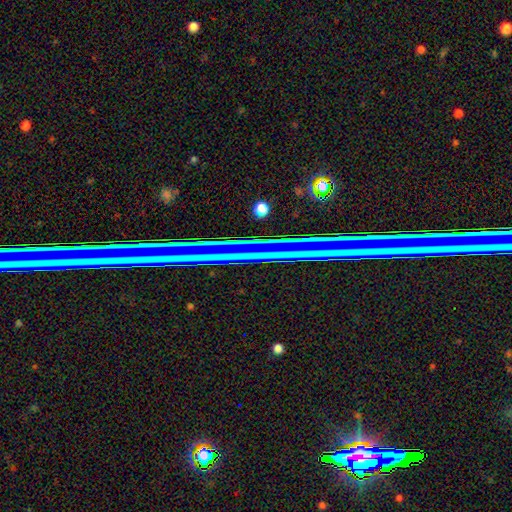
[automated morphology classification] A star or artifact, not a galaxy (76%).